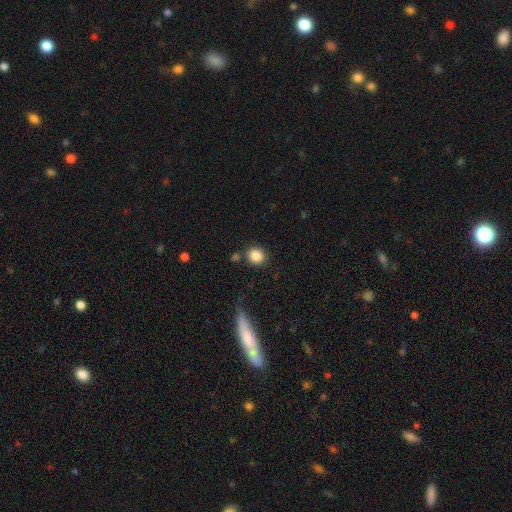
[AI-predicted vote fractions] Smooth or featured? smooth (85%)
How rounded? round (79%)
Merging? none (79%)